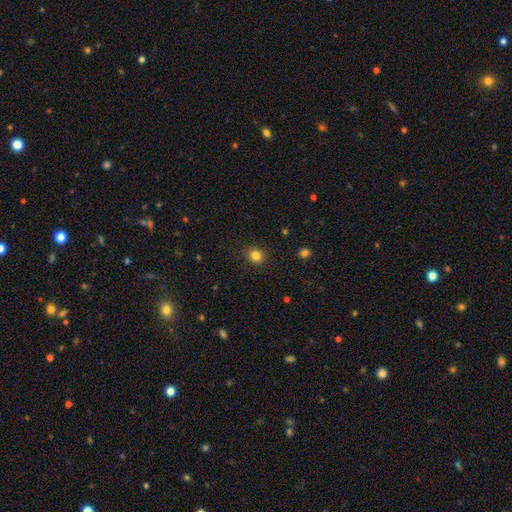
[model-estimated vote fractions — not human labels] smooth-or-featured: smooth: 82% | star or artifact: 13% | featured or disk: 5%
  how-rounded: round: 85% | in between: 14% | cigar-shaped: 1%
  merging: none: 90% | minor disturbance: 7% | major disturbance: 2% | merger: 1%